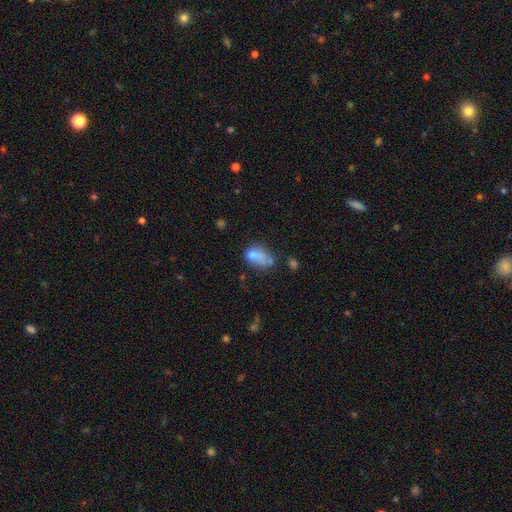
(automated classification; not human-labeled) Smooth or featured: smooth — 70% (featured or disk — 19%)
How rounded: in between — 77% (round — 21%)
Merging: merger — 30% (none — 26%)